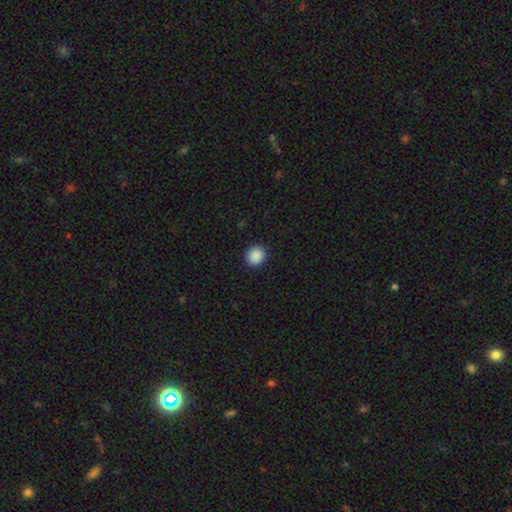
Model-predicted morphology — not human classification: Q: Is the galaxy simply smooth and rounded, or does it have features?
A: smooth — 89%.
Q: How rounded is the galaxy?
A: round — 86%.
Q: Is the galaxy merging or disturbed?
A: none — 92%.